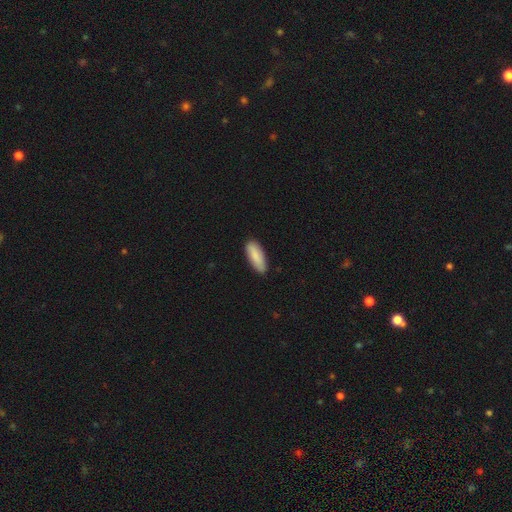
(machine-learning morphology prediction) The model was most divided on "how rounded": in between: 66%, cigar-shaped: 32%, round: 2%. More confident: merging — none (85%); smooth or featured — smooth (85%).